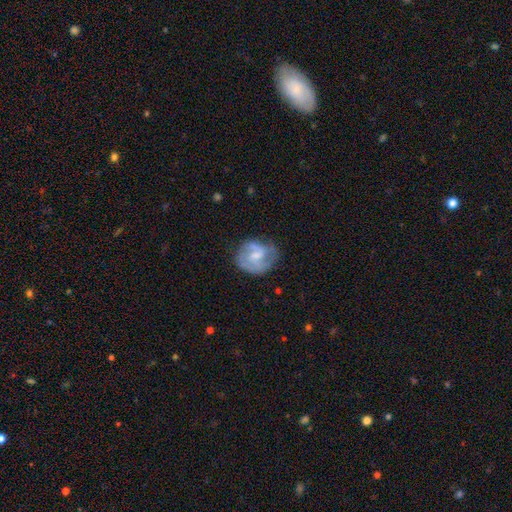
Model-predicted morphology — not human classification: featured or disk 60%, smooth 33%, star or artifact 6%. Down the decision tree: edge-on disk — no (98%); bar — weak (49%); spiral arms — yes (77%); bulge size — small (40%); merging — none (60%).